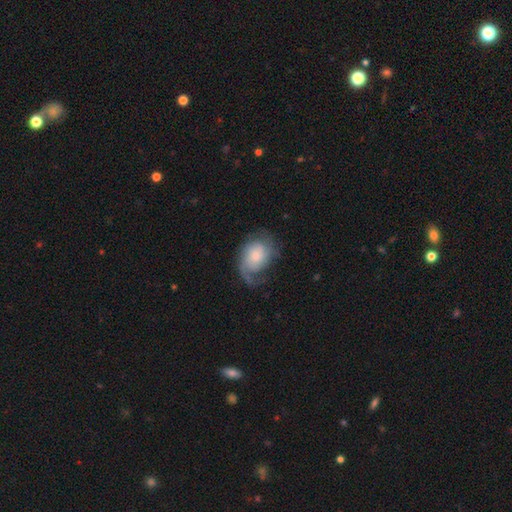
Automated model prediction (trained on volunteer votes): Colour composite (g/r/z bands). It shows a featured or disk galaxy (67%) with no bar (75%), 2 (42%) medium (39%) spiral arms (91%) and a small central bulge (48%). Merging: none (55%).